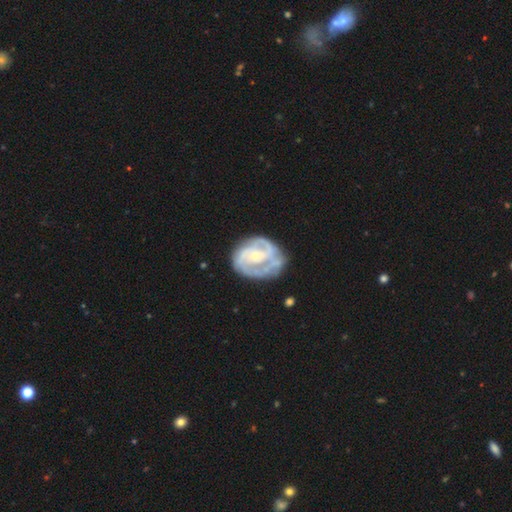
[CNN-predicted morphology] smooth_or_featured: featured or disk (p=0.83) [alt: smooth p=0.12]
disk_edge_on: no (p=0.98) [alt: yes p=0.02]
bar: no (p=0.58) [alt: weak p=0.32]
has_spiral_arms: yes (p=0.90) [alt: no p=0.10]
spiral_winding: tight (p=0.53) [alt: medium p=0.36]
spiral_arm_count: 2 (p=0.50) [alt: can't tell p=0.22]
bulge_size: small (p=0.65) [alt: moderate p=0.29]
merging: none (p=0.58) [alt: minor disturbance p=0.25]